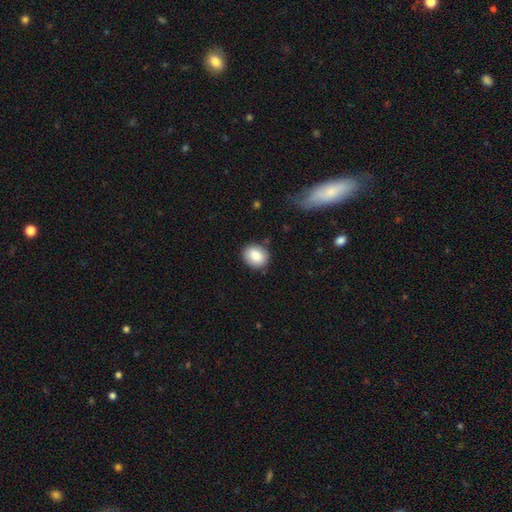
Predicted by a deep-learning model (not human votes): Smooth or featured? smooth (85%)
How rounded? round (59%)
Merging? none (85%)